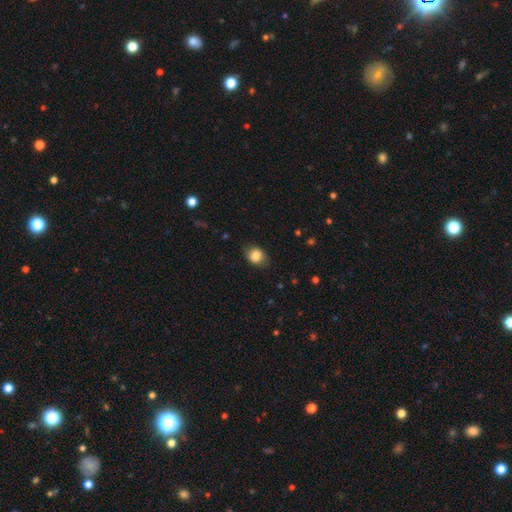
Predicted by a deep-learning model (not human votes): Overall: smooth (84%). How rounded: in between (53%; round 46%). Merging: none (79%).